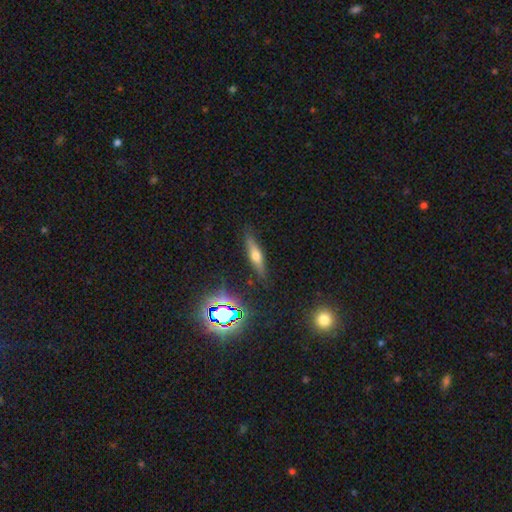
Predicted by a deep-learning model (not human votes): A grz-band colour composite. It shows a featured or disk galaxy (46%). Merging: none (85%).